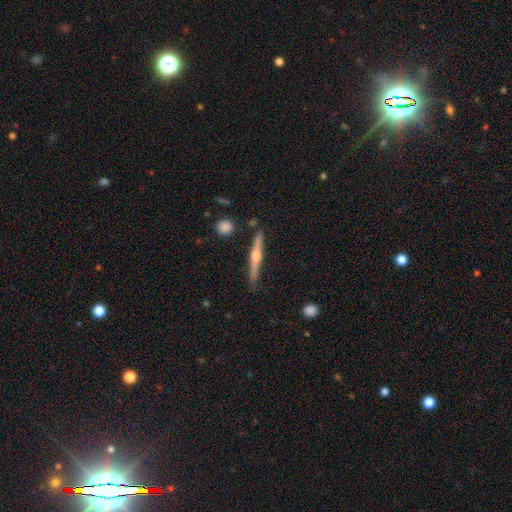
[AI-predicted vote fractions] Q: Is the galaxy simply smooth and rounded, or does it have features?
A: featured or disk — 68%.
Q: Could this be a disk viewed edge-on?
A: yes — 98%.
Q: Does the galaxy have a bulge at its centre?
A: rounded — 89%.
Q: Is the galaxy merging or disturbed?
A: none — 85%.